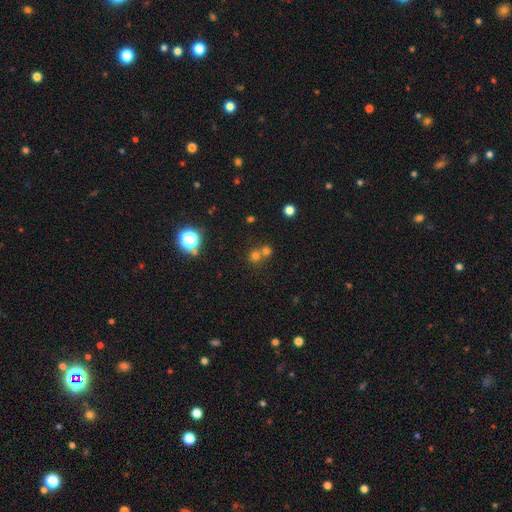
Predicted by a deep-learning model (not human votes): smooth-or-featured: smooth: 65% | star or artifact: 25% | featured or disk: 10%
  how-rounded: round: 86% | in between: 13% | cigar-shaped: 1%
  merging: none: 47% | merger: 46% | minor disturbance: 5% | major disturbance: 2%